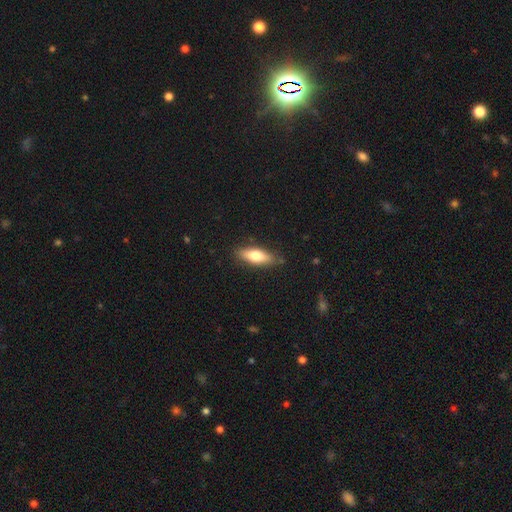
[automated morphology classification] smooth_or_featured: smooth (p=0.68) [alt: featured or disk p=0.26]
how_rounded: in between (p=0.58) [alt: cigar-shaped p=0.40]
merging: none (p=0.84) [alt: minor disturbance p=0.12]